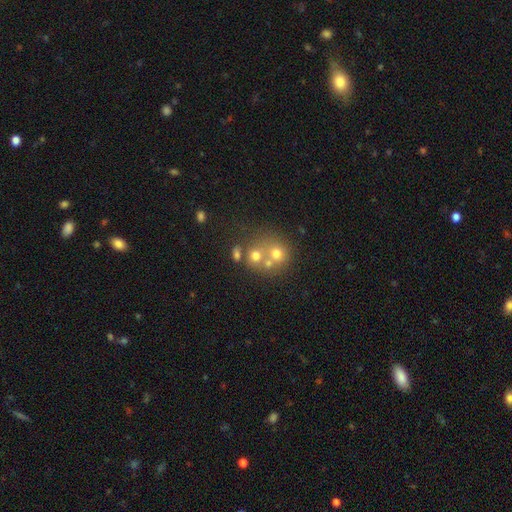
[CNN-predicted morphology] Smooth or featured: smooth — 60% (featured or disk — 23%)
How rounded: round — 75% (in between — 24%)
Merging: merger — 48% (none — 39%)